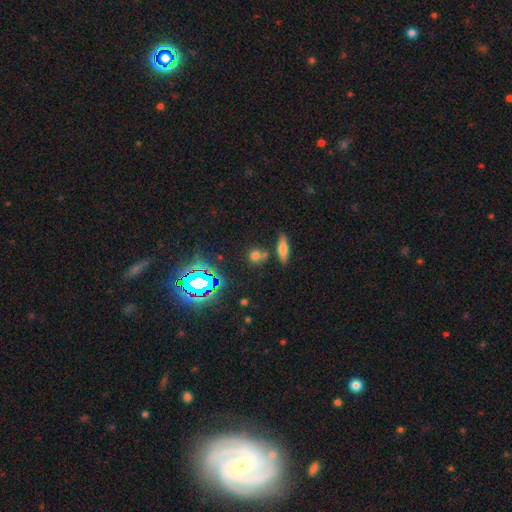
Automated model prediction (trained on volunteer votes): Overall: smooth (63%; star or artifact 27%). How rounded: round (69%). Merging: none (67%).